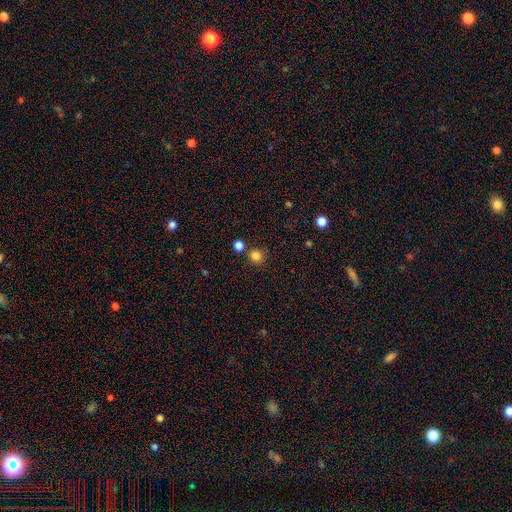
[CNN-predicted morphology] The model was most divided on "smooth or featured": smooth: 83%, star or artifact: 13%, featured or disk: 4%. More confident: how rounded — round (92%); merging — none (80%).